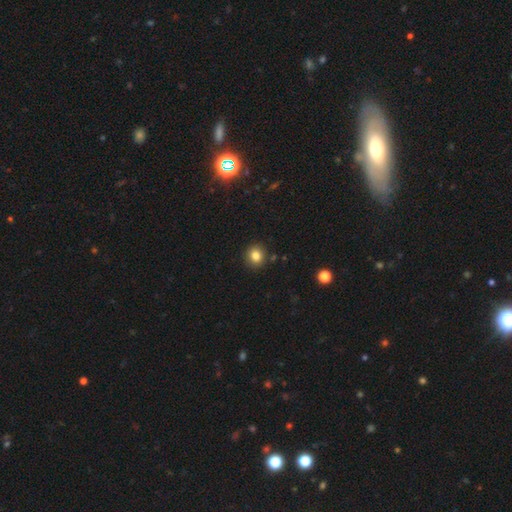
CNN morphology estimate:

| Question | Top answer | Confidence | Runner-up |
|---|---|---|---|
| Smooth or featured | smooth | 84% | star or artifact (11%) |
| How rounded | round | 83% | in between (16%) |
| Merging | none | 88% | minor disturbance (8%) |